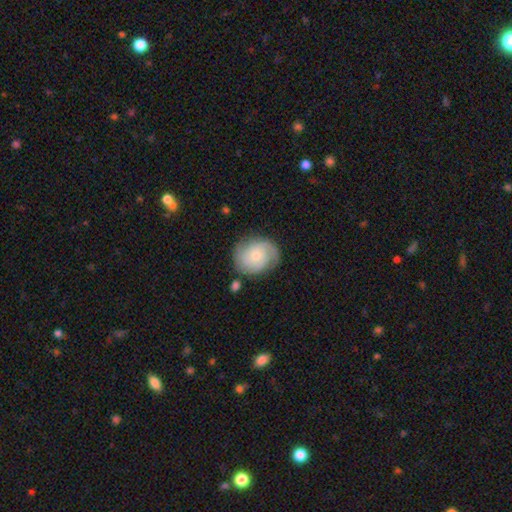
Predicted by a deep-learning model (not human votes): Smooth or featured? featured or disk (64%)
Edge-on disk? no (97%)
Bar? no (77%)
Spiral arms? yes (90%)
Spiral winding? tight (54%)
Spiral arm count? 2 (48%)
Bulge size? small (57%)
Merging? none (73%)